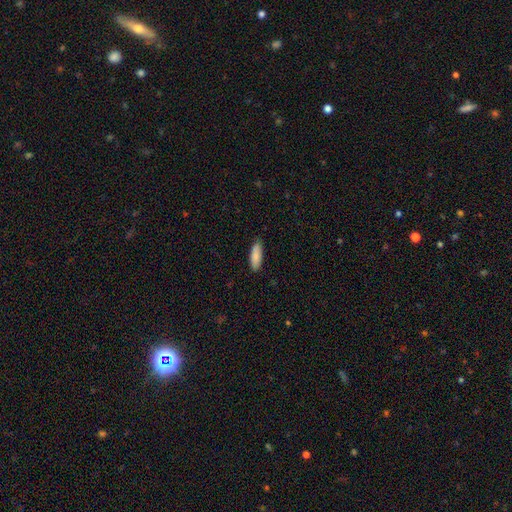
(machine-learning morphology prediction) Smooth or featured? Predicted: smooth (p=0.87). How rounded? Predicted: in between (p=0.59). Merging? Predicted: none (p=0.84).